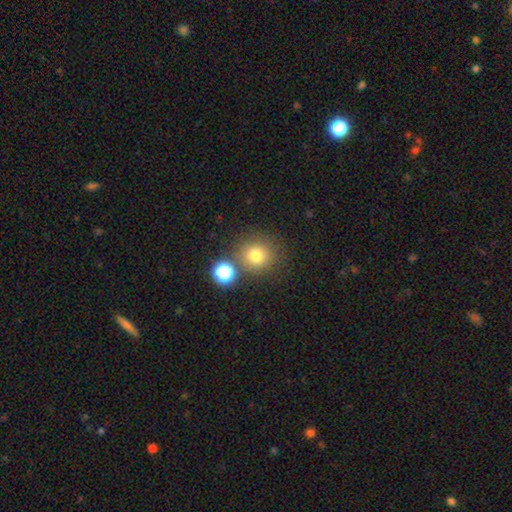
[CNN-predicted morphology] Smooth or featured? Predicted: smooth (p=0.75). How rounded? Predicted: round (p=0.91). Merging? Predicted: none (p=0.78).